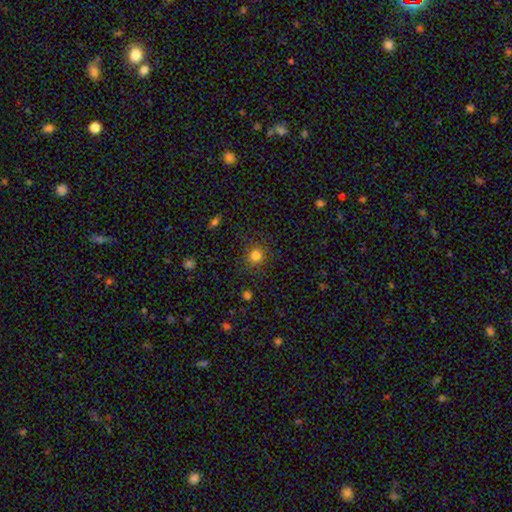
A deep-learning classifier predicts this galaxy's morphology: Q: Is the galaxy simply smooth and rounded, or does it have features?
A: smooth — 81%.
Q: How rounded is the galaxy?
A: round — 92%.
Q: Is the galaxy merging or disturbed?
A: none — 86%.